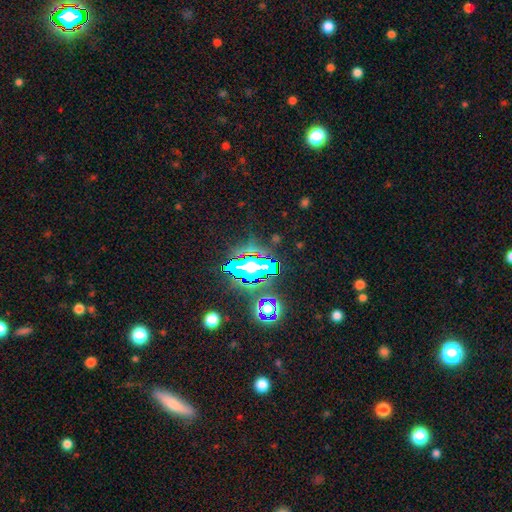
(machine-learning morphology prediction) This is likely a star or artifact rather than a galaxy (75%).